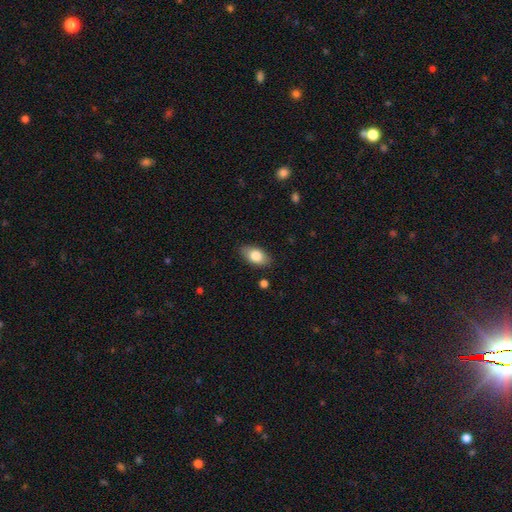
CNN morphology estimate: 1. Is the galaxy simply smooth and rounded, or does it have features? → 82% smooth, 12% featured or disk, 7% star or artifact.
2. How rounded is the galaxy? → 91% in between, 6% round, 3% cigar-shaped.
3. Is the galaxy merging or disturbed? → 86% none, 11% minor disturbance, 3% major disturbance, 1% merger.